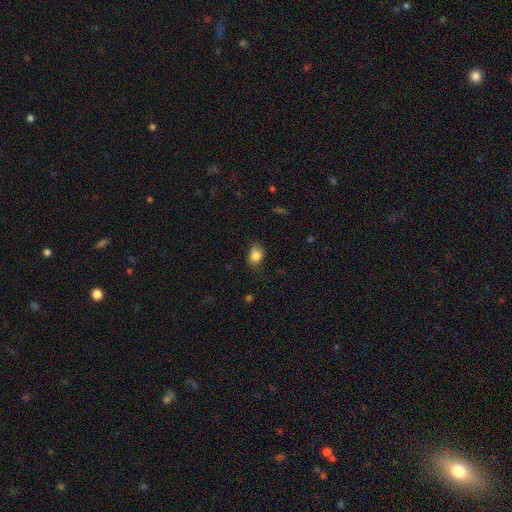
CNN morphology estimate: A smooth galaxy with no disk features (83%) that is in between round and cigar-shaped (70%). Merging: none (66%).